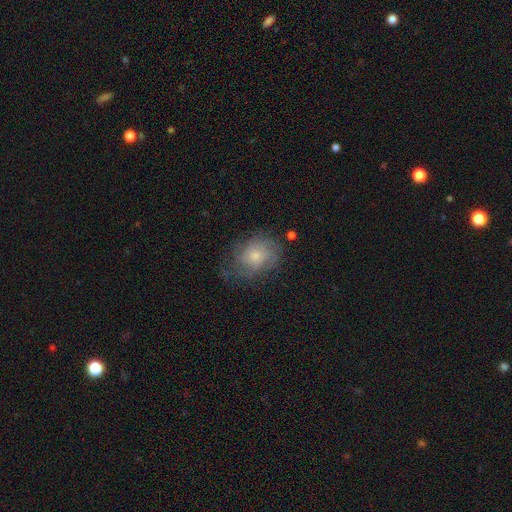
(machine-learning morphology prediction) Smooth or featured?
  - featured or disk: 47% *
  - smooth: 44%
  - star or artifact: 10%
Merging?
  - none: 58% *
  - minor disturbance: 25%
  - major disturbance: 15%
  - merger: 2%